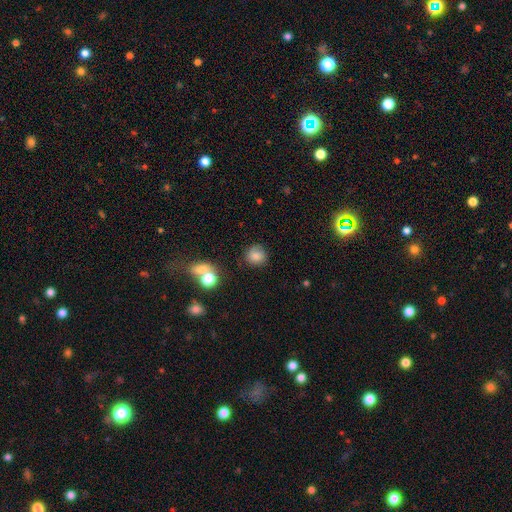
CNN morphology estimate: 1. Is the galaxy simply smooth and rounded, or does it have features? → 81% smooth, 12% star or artifact, 7% featured or disk.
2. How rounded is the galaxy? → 84% round, 15% in between, 1% cigar-shaped.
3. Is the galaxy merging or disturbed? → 75% none, 15% minor disturbance, 5% merger, 5% major disturbance.